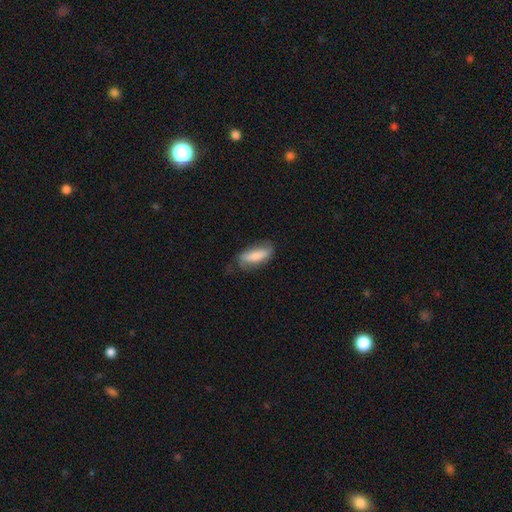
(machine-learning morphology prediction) Overall: smooth (71%). How rounded: in between (70%). Merging: none (61%; minor disturbance 27%).